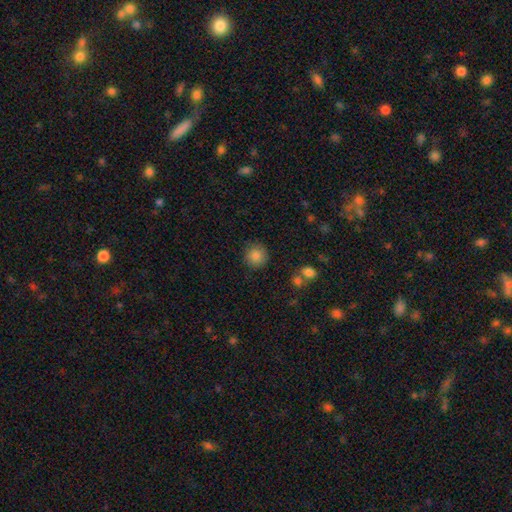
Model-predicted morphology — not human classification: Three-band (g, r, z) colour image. It shows a smooth galaxy with no disk features (85%) that is round (93%). Merging: none (88%).